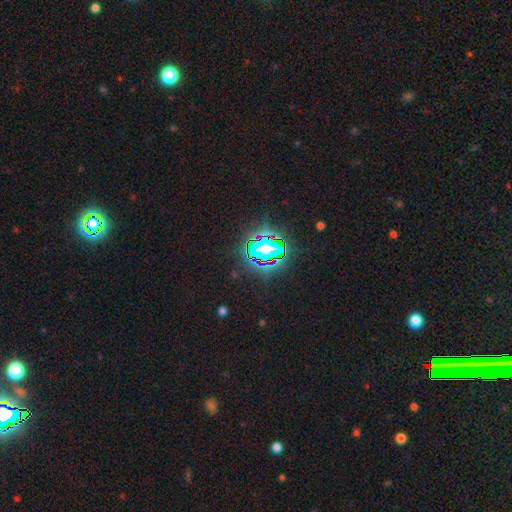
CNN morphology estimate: Smooth or featured?
  - star or artifact: 78% *
  - smooth: 13%
  - featured or disk: 9%